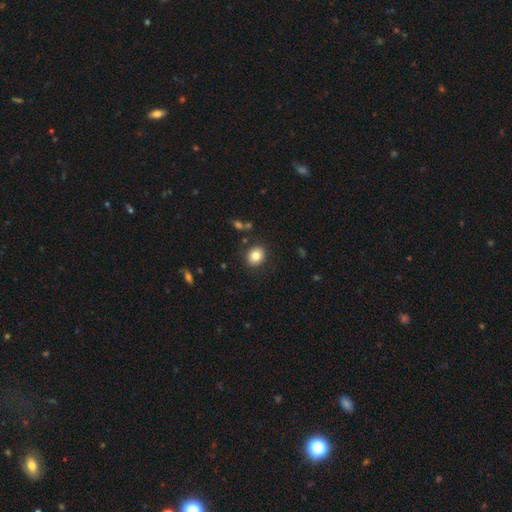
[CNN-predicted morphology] smooth-or-featured: smooth: 82% | star or artifact: 10% | featured or disk: 8%
  how-rounded: round: 69% | in between: 31% | cigar-shaped: 1%
  merging: none: 88% | minor disturbance: 7% | major disturbance: 2% | merger: 2%